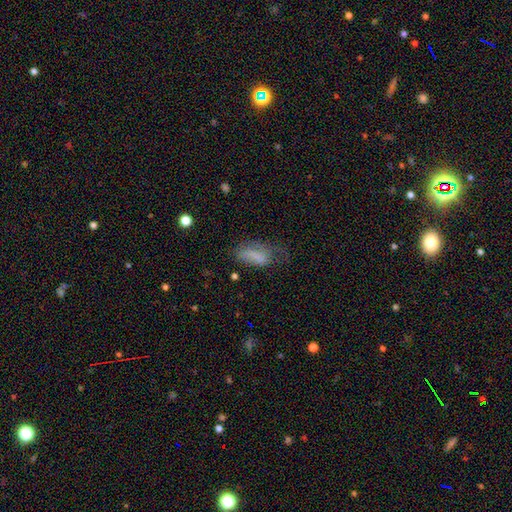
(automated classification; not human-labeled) smooth_or_featured: smooth (p=0.69) [alt: featured or disk p=0.20]
how_rounded: in between (p=0.85) [alt: cigar-shaped p=0.11]
merging: major disturbance (p=0.36) [alt: none p=0.31]